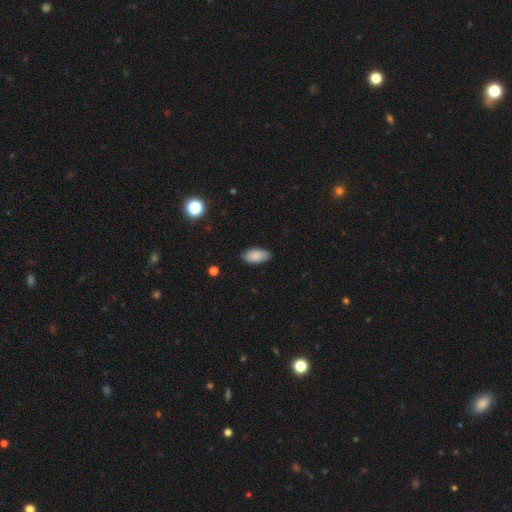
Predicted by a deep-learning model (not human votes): A smooth galaxy with no disk features (88%) that is in between round and cigar-shaped (94%).

Vote fractions:
- Smooth or featured? smooth: 88% / star or artifact: 7% / featured or disk: 5%
- How rounded? in between: 94% / cigar-shaped: 4% / round: 2%
- Merging? none: 85% / minor disturbance: 12% / major disturbance: 2% / merger: 1%